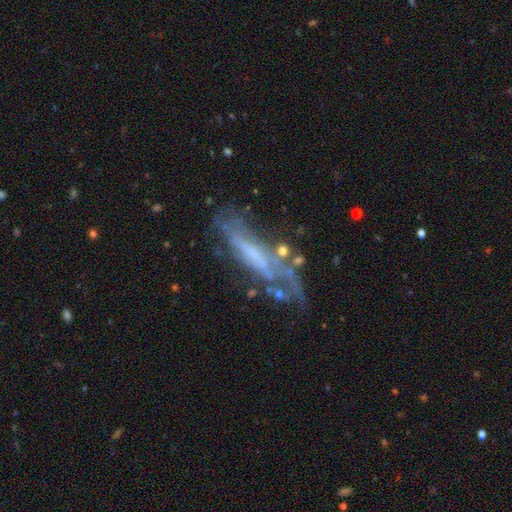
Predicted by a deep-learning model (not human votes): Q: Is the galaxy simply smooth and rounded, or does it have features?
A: featured or disk — 66%.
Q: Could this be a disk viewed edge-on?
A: no — 55%.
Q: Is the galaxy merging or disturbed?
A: none — 49%.